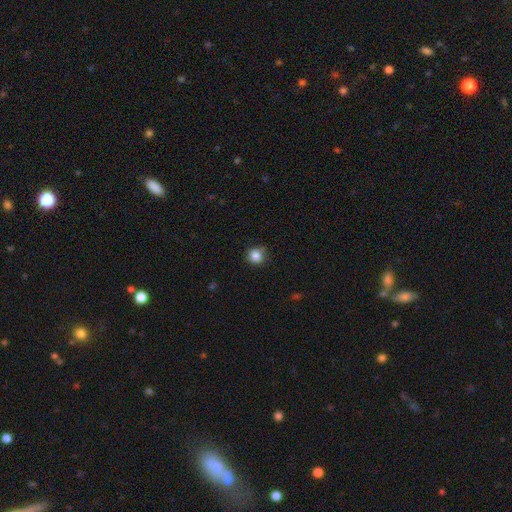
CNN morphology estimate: Smooth or featured?
  - smooth: 85% *
  - star or artifact: 11%
  - featured or disk: 4%
How rounded?
  - round: 91% *
  - in between: 8%
  - cigar-shaped: 1%
Merging?
  - none: 79% *
  - minor disturbance: 17%
  - major disturbance: 3%
  - merger: 1%